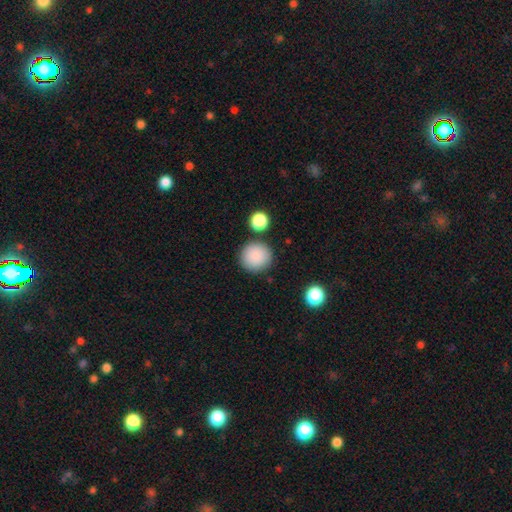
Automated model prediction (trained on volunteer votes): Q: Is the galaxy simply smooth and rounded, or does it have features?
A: smooth — 88%.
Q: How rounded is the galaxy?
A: round — 94%.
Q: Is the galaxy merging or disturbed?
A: none — 84%.